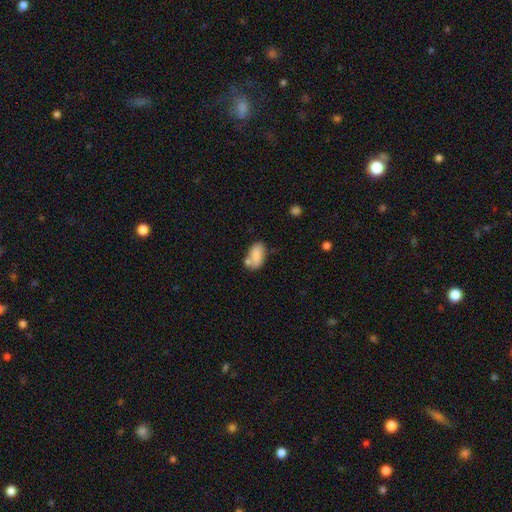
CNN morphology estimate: smooth 79%, featured or disk 14%, star or artifact 8%. Down the decision tree: how rounded — in between (91%); merging — none (50%).